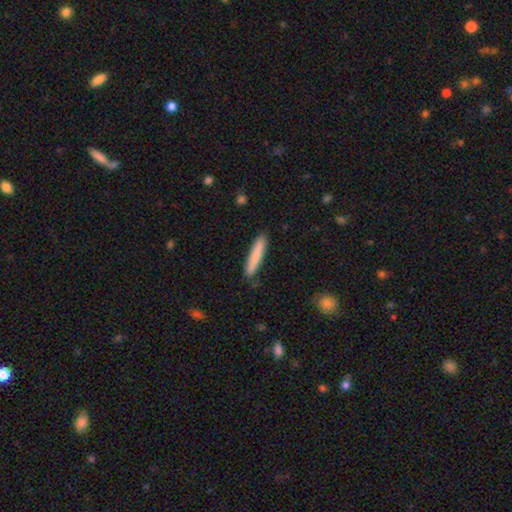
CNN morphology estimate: Q: Smooth or featured?
A: smooth (82%); runner-up: featured or disk (13%)
Q: How rounded?
A: cigar-shaped (92%); runner-up: in between (7%)
Q: Merging?
A: none (87%); runner-up: minor disturbance (9%)